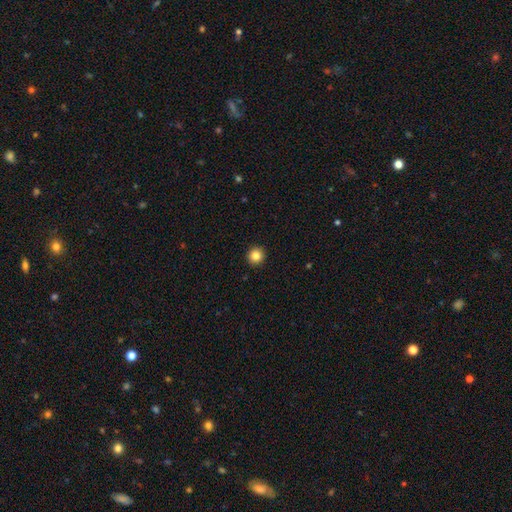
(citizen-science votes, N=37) This appears to be a smooth galaxy with no disk features (86%) that is round (88%). Merging: none (94%).